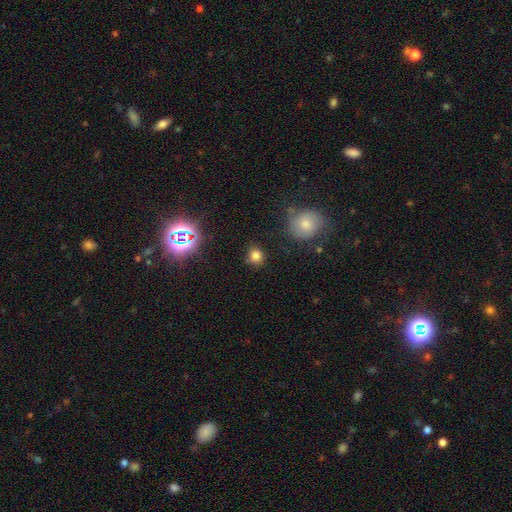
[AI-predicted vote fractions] Overall: smooth (78%). How rounded: round (79%). Merging: none (82%).